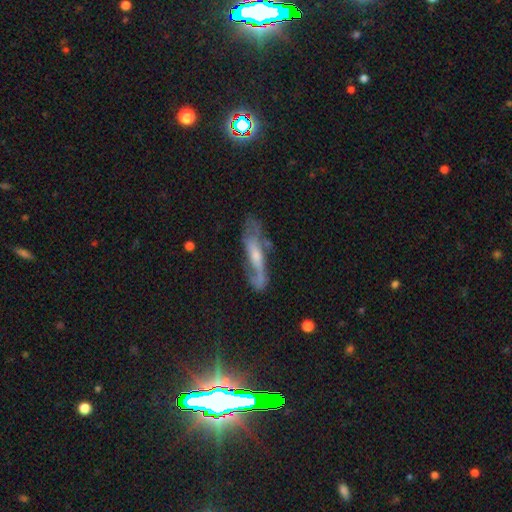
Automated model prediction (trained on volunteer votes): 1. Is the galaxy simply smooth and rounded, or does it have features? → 67% featured or disk, 23% smooth, 11% star or artifact.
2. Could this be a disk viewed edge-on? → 66% no, 34% yes.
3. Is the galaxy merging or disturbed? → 53% none, 24% minor disturbance, 19% major disturbance, 5% merger.